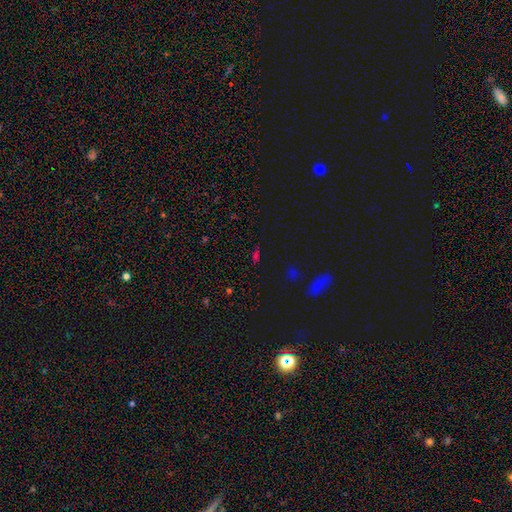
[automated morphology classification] The model was most divided on "smooth or featured": star or artifact: 51%, smooth: 37%, featured or disk: 11%.